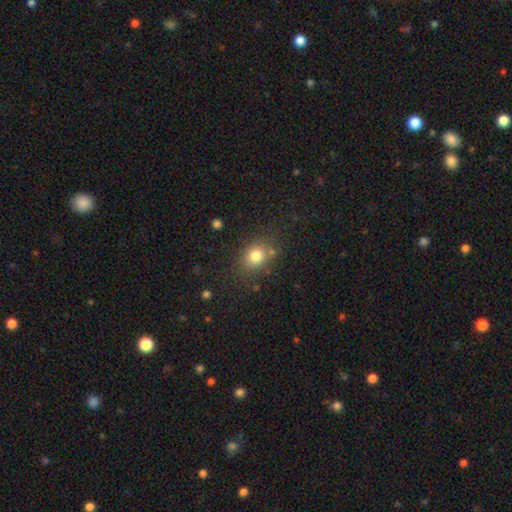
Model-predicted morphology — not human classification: Q: Smooth or featured?
A: smooth (78%); runner-up: star or artifact (13%)
Q: How rounded?
A: round (58%); runner-up: in between (41%)
Q: Merging?
A: none (76%); runner-up: minor disturbance (13%)